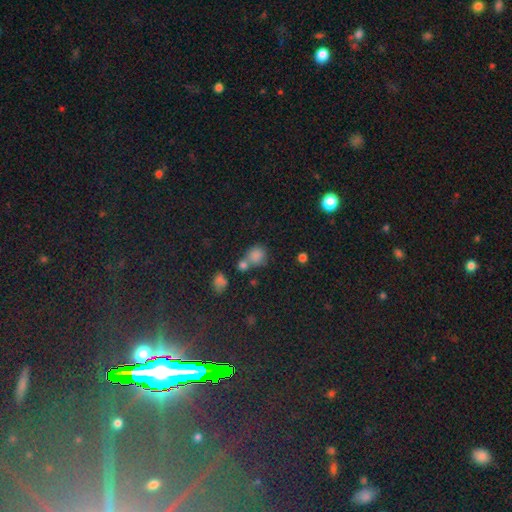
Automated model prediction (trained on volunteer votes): smooth_or_featured: smooth (p=0.78) [alt: star or artifact p=0.15]
how_rounded: round (p=0.71) [alt: in between p=0.28]
merging: none (p=0.44) [alt: merger p=0.37]